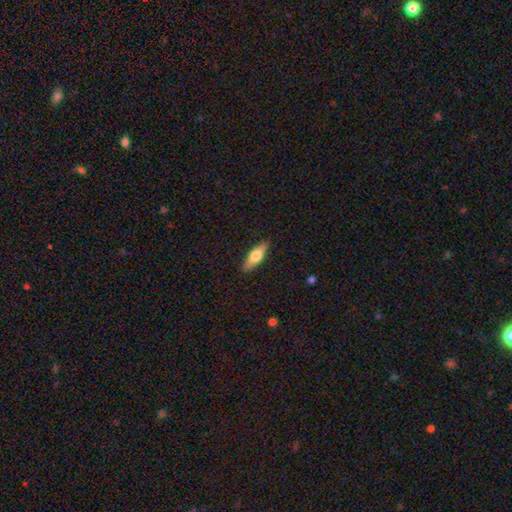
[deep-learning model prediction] smooth_or_featured: smooth (p=0.57) [alt: featured or disk p=0.38]
how_rounded: in between (p=0.49) [alt: cigar-shaped p=0.48]
merging: none (p=0.89) [alt: minor disturbance p=0.08]